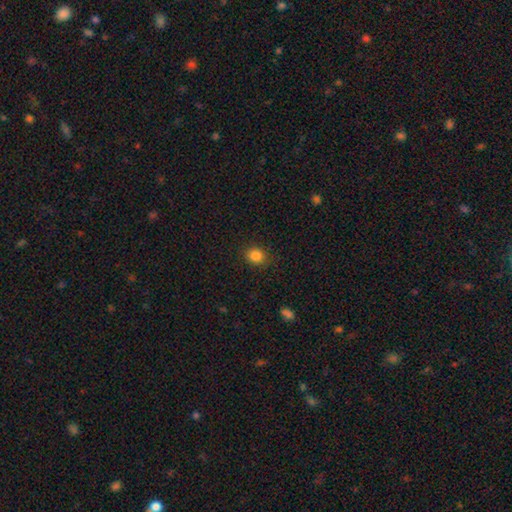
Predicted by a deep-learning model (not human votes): Smooth or featured?
  - smooth: 85% *
  - star or artifact: 11%
  - featured or disk: 4%
How rounded?
  - round: 63% *
  - in between: 37%
  - cigar-shaped: 1%
Merging?
  - none: 87% *
  - minor disturbance: 9%
  - major disturbance: 3%
  - merger: 1%